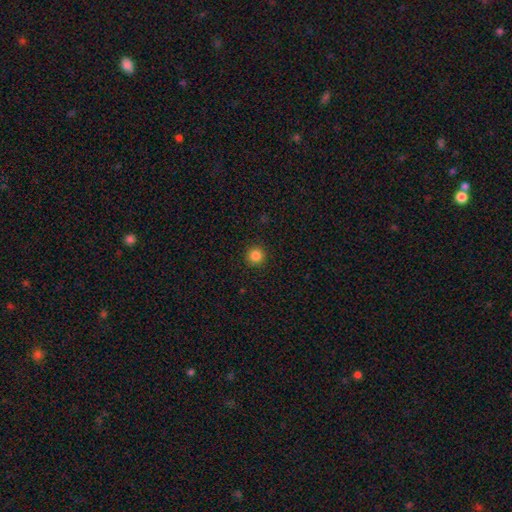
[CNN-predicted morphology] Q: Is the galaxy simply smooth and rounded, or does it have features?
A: smooth — 85%.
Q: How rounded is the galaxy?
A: round — 95%.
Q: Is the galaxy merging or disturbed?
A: none — 92%.